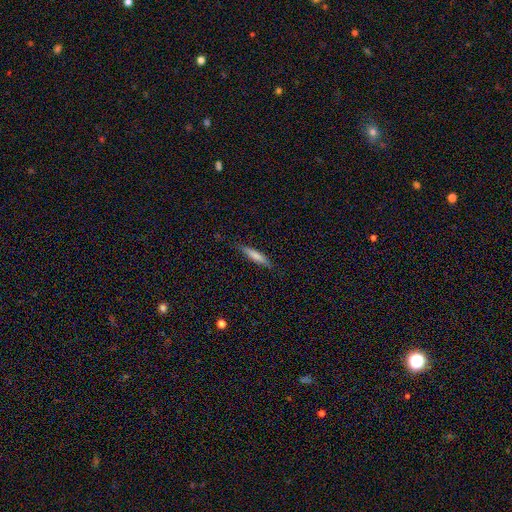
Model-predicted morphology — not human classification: smooth 74%, featured or disk 20%, star or artifact 6%. Down the decision tree: how rounded — cigar-shaped (84%); merging — none (84%).